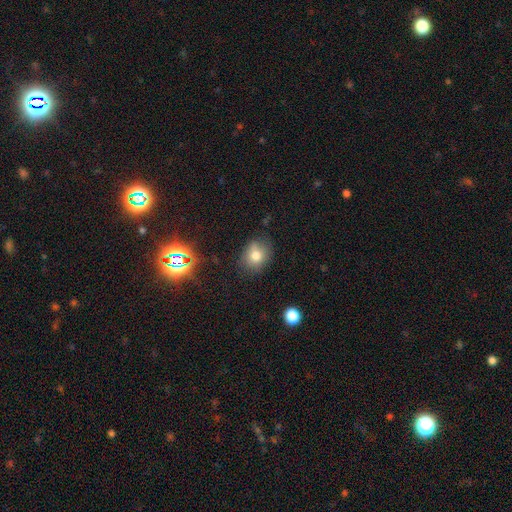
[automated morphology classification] Smooth or featured?
  - smooth: 75% *
  - star or artifact: 15%
  - featured or disk: 11%
How rounded?
  - round: 61% *
  - in between: 38%
  - cigar-shaped: 1%
Merging?
  - none: 73% *
  - minor disturbance: 19%
  - major disturbance: 5%
  - merger: 3%